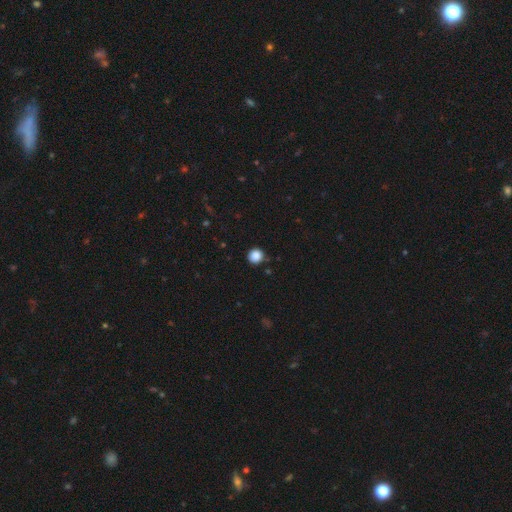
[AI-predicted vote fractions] A smooth galaxy with no disk features (87%) that is round (94%). Merging: none (90%).